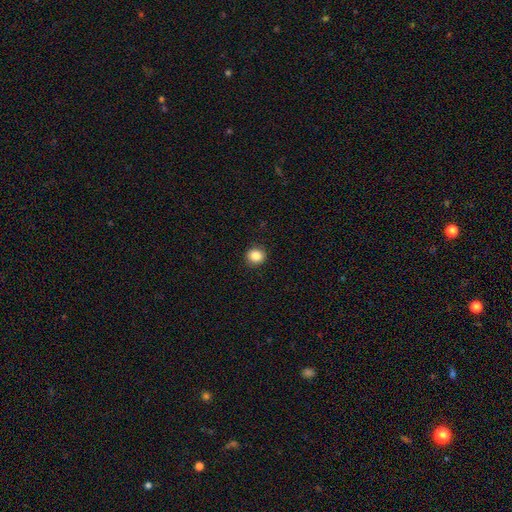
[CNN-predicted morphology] smooth-or-featured: smooth: 86% | star or artifact: 10% | featured or disk: 4%
  how-rounded: round: 85% | in between: 14% | cigar-shaped: 1%
  merging: none: 91% | minor disturbance: 6% | major disturbance: 2% | merger: 1%